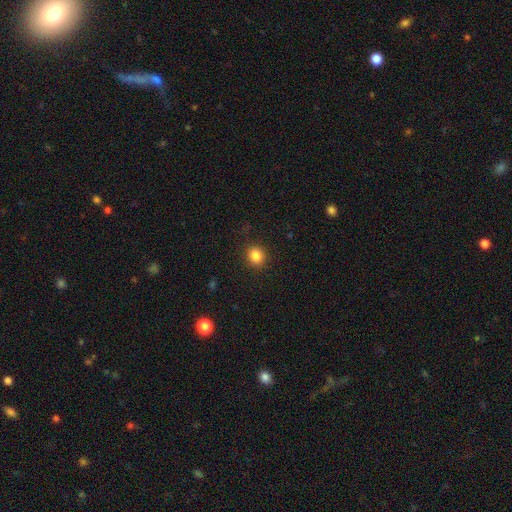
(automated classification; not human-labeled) Smooth or featured?
  - smooth: 85% *
  - star or artifact: 11%
  - featured or disk: 4%
How rounded?
  - round: 80% *
  - in between: 19%
  - cigar-shaped: 1%
Merging?
  - none: 89% *
  - minor disturbance: 7%
  - major disturbance: 3%
  - merger: 1%